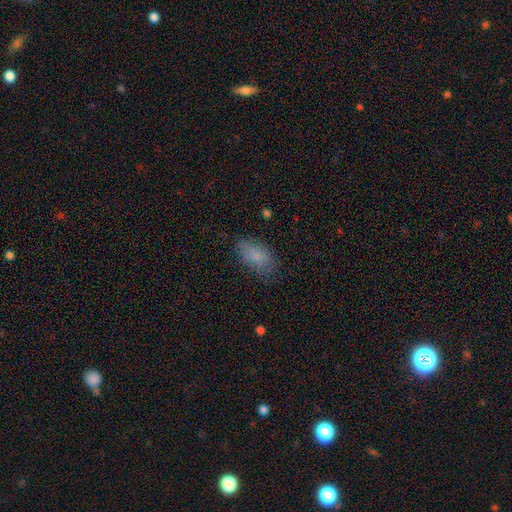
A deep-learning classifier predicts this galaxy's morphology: Q: Smooth or featured?
A: smooth (79%); runner-up: featured or disk (12%)
Q: How rounded?
A: in between (91%); runner-up: round (6%)
Q: Merging?
A: none (67%); runner-up: minor disturbance (23%)